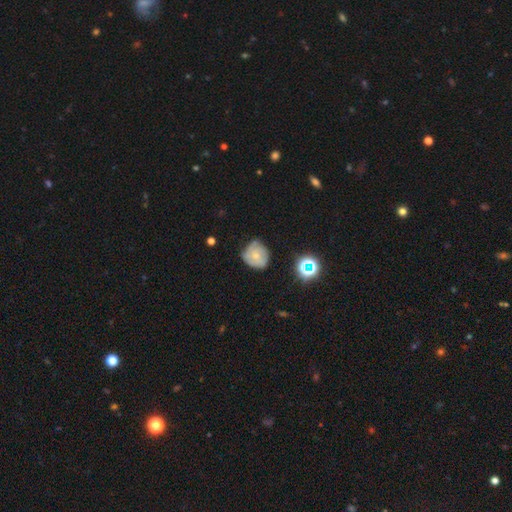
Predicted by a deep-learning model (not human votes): Smooth or featured?
  - smooth: 45% *
  - featured or disk: 43%
  - star or artifact: 12%
Merging?
  - none: 57% *
  - minor disturbance: 33%
  - major disturbance: 8%
  - merger: 2%